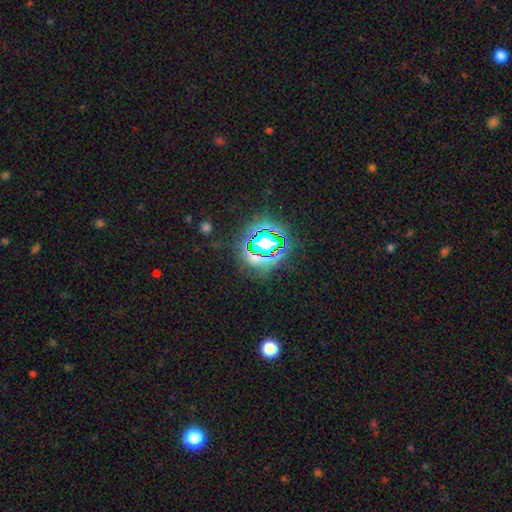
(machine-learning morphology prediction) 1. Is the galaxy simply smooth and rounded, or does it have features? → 77% star or artifact, 14% smooth, 9% featured or disk.